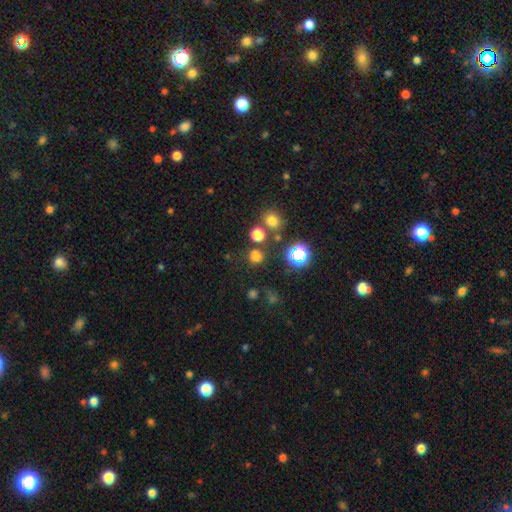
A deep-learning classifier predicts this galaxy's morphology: Smooth or featured? Predicted: smooth (p=0.66). How rounded? Predicted: round (p=0.84). Merging? Predicted: none (p=0.74).